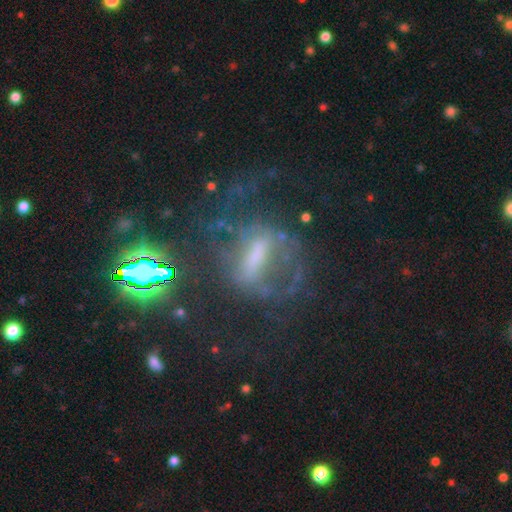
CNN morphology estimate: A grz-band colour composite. It shows a featured or disk galaxy (61%) with a strong bar (57%), spiral arms (63%) and a moderate central bulge (30%). Merging: none (43%).